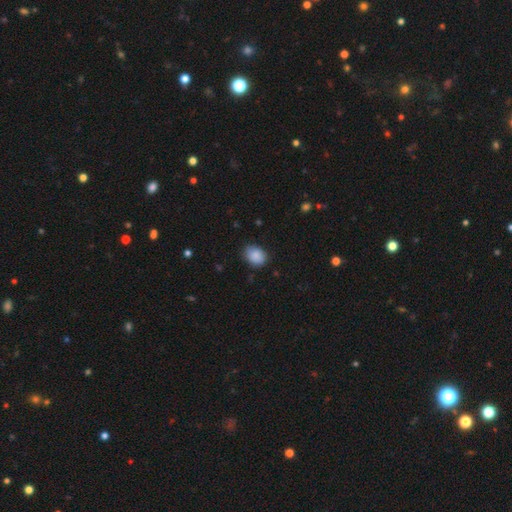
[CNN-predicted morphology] smooth 88%, star or artifact 7%, featured or disk 4%. Down the decision tree: how rounded — in between (57%); merging — none (79%).